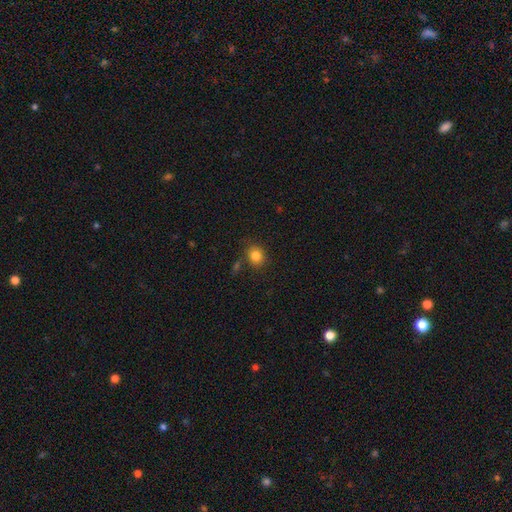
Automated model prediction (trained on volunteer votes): The model was most divided on "how rounded": round: 73%, in between: 26%, cigar-shaped: 1%. More confident: smooth or featured — smooth (83%); merging — none (81%).